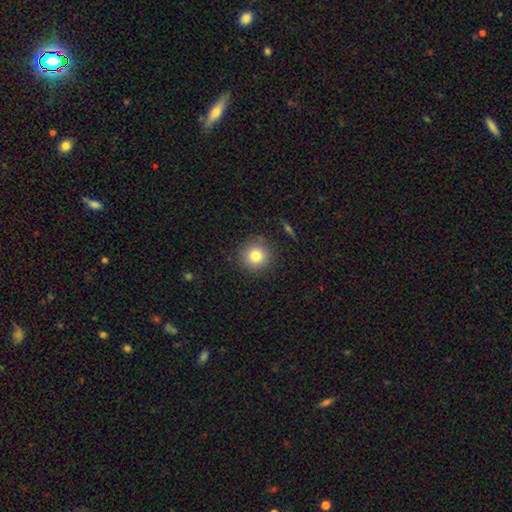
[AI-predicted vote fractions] This is clearly a smooth galaxy (81%). How rounded: clearly round (95%). Merging: clearly none (89%).